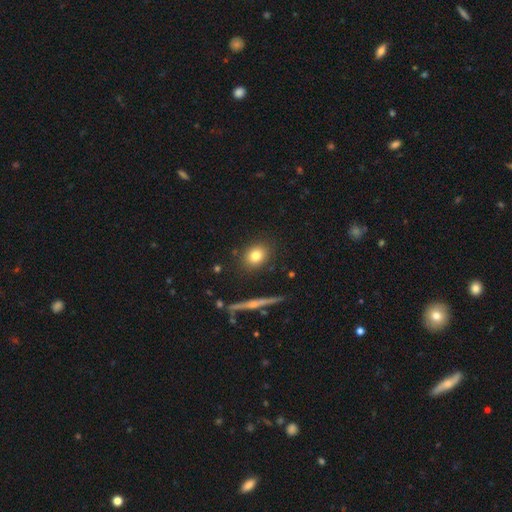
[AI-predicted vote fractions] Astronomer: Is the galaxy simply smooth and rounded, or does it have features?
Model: smooth — 78%.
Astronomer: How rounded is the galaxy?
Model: round — 60% (runner-up: in between, 37%).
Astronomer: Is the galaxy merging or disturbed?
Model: none — 86%.